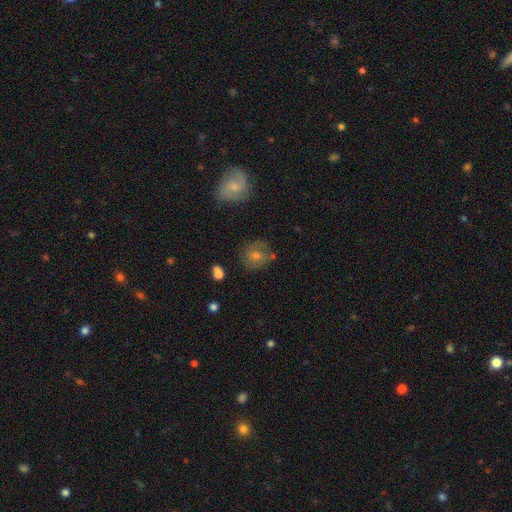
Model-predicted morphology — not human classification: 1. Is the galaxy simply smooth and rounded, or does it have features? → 50% smooth, 34% featured or disk, 16% star or artifact.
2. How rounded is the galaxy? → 76% round, 23% in between, 1% cigar-shaped.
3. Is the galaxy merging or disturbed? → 73% none, 17% minor disturbance, 7% major disturbance, 4% merger.